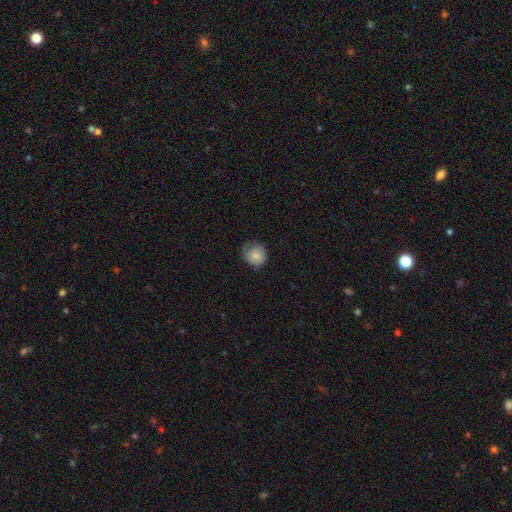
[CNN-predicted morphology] Overall: smooth (82%). How rounded: round (84%). Merging: none (62%; minor disturbance 30%).